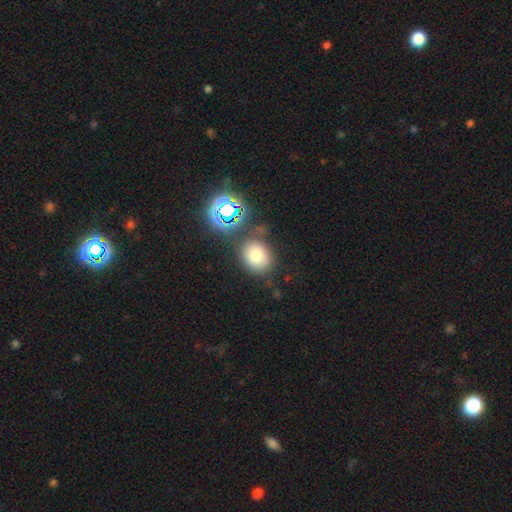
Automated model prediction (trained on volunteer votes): Smooth or featured? smooth (72%)
How rounded? round (60%)
Merging? none (74%)